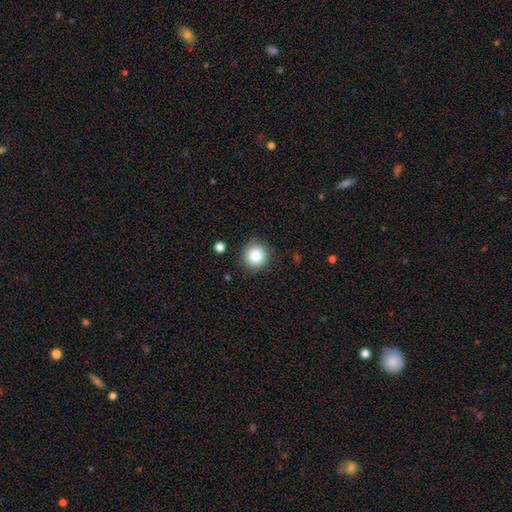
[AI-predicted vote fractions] smooth_or_featured: smooth (p=0.85) [alt: star or artifact p=0.10]
how_rounded: round (p=0.93) [alt: in between p=0.06]
merging: none (p=0.87) [alt: minor disturbance p=0.09]